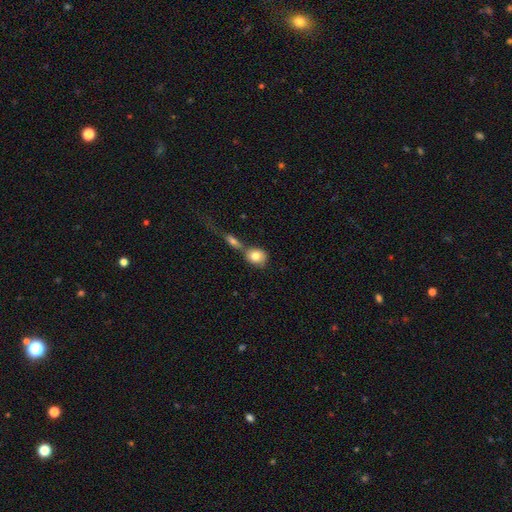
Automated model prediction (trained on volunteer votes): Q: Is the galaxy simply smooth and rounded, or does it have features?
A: smooth — 78%.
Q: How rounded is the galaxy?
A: round — 64%.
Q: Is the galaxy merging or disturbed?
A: merger — 51%.